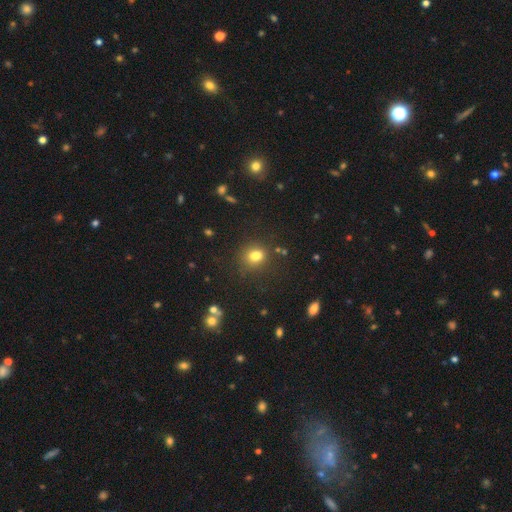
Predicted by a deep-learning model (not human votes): Overall: smooth (78%). How rounded: round (61%; in between 38%). Merging: none (75%).